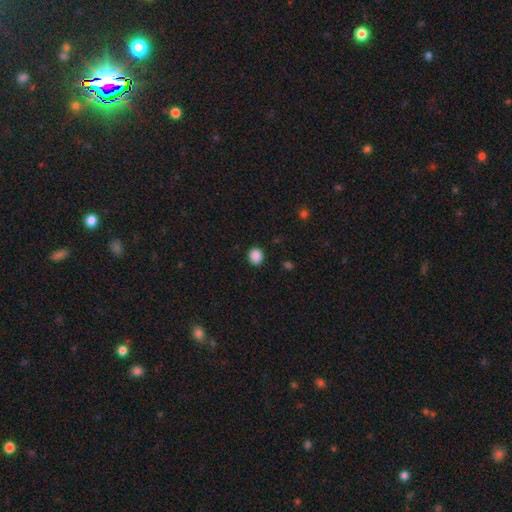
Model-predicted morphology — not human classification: smooth_or_featured: smooth (p=0.88) [alt: star or artifact p=0.10]
how_rounded: round (p=0.80) [alt: in between p=0.19]
merging: none (p=0.90) [alt: minor disturbance p=0.07]